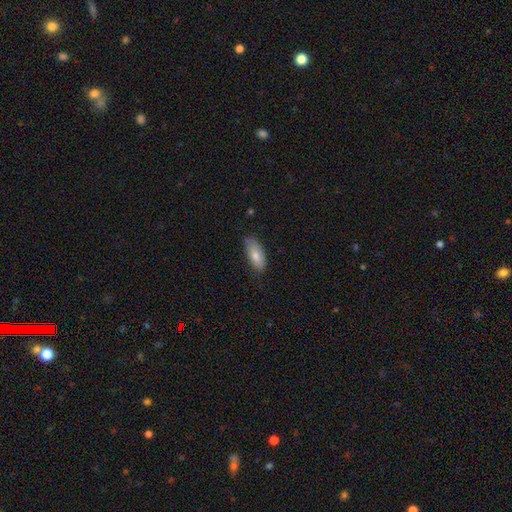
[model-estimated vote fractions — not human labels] A smooth galaxy with no disk features (74%) that is in between round and cigar-shaped (85%). Merging: none (78%).